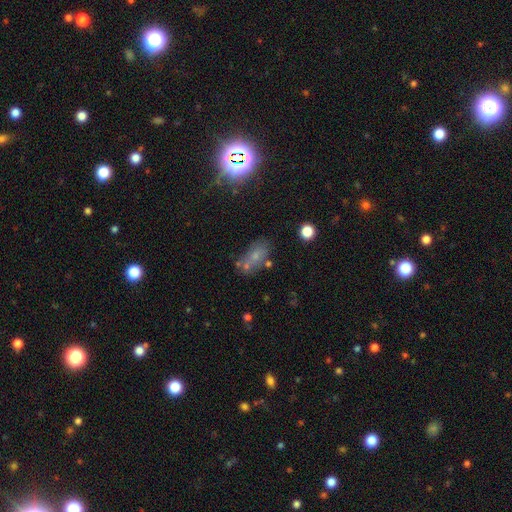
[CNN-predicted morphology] A smooth galaxy with no disk features (65%) that is in between round and cigar-shaped (83%). Merging: none (55%).